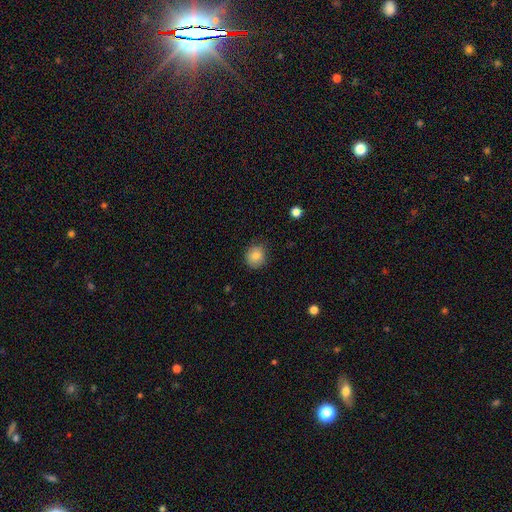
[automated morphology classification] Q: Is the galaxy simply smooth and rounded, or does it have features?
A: smooth — 84%.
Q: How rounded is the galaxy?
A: round — 85%.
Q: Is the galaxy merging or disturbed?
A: none — 82%.